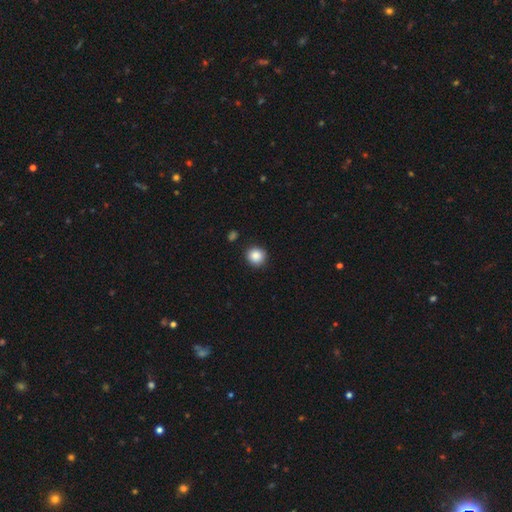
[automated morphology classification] This is clearly a smooth galaxy (88%). How rounded: clearly round (92%). Merging: clearly none (90%).